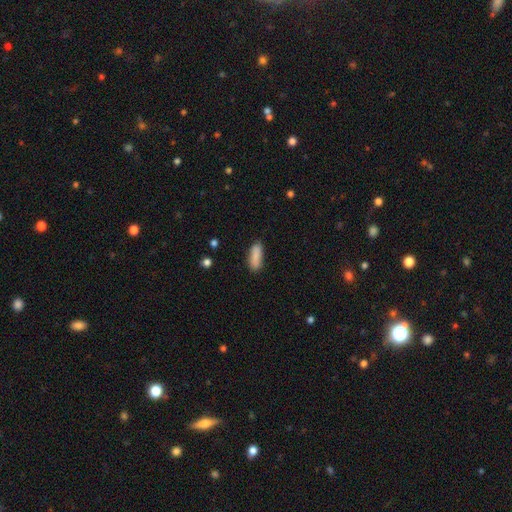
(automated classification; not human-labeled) This appears to be a smooth galaxy with no disk features (86%) that is in between round and cigar-shaped (61%). Merging: none (80%).